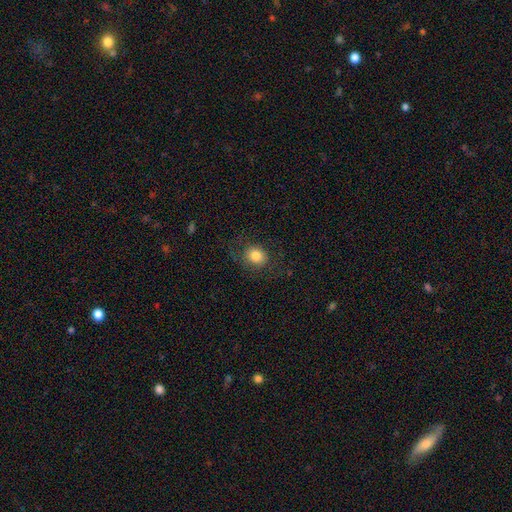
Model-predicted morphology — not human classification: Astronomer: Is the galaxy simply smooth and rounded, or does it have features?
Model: smooth — 80%.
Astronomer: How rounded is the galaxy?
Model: round — 78%.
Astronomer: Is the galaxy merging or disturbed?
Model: none — 76%.